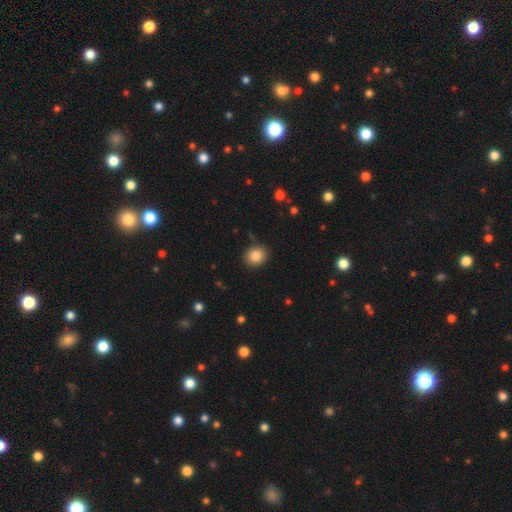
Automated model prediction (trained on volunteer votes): Smooth or featured? Predicted: smooth (p=0.84). How rounded? Predicted: round (p=0.73). Merging? Predicted: none (p=0.89).